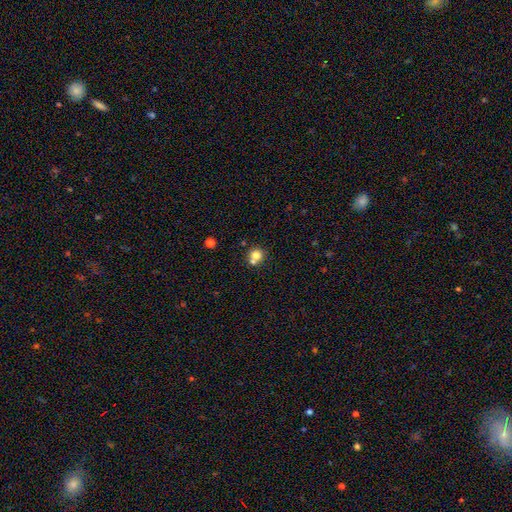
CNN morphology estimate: A smooth galaxy with no disk features (77%) that is round (89%). Merging: none (54%).